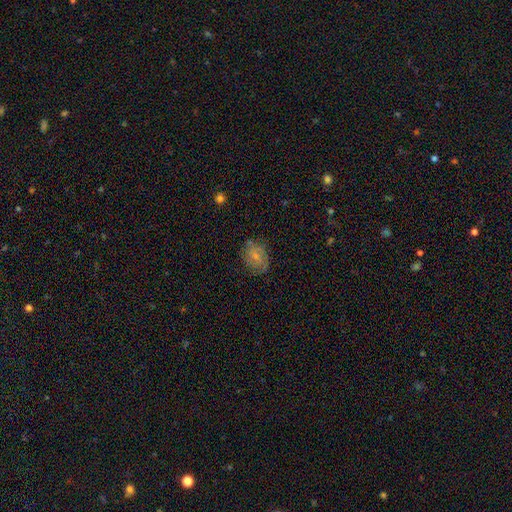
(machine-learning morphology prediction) Smooth or featured? smooth (49%)
Merging? none (68%)